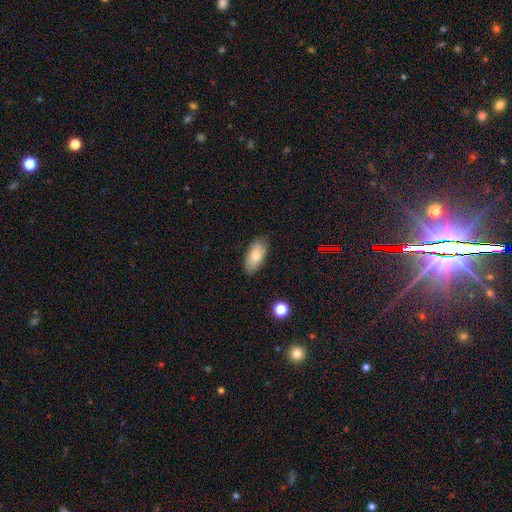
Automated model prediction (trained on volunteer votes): Smooth or featured? smooth (83%)
How rounded? in between (90%)
Merging? none (82%)